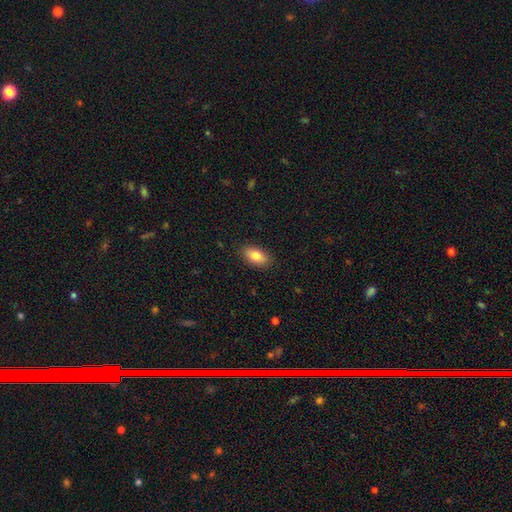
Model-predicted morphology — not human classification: Overall: smooth (83%). How rounded: in between (90%). Merging: none (88%).